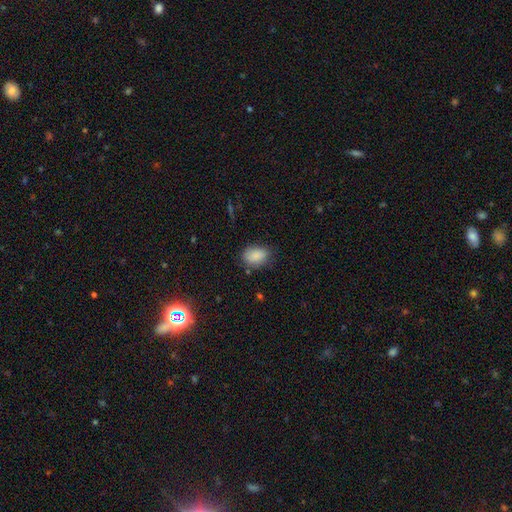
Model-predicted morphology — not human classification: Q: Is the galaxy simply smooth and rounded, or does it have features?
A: smooth — 87%.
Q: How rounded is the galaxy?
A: in between — 85%.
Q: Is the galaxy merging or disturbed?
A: none — 72%.